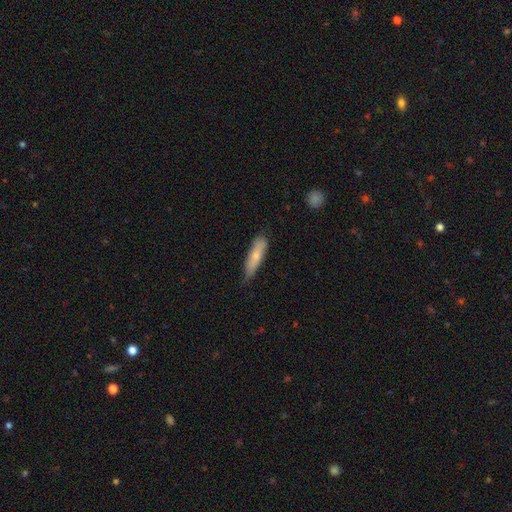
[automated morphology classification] A smooth galaxy with no disk features (70%) that is cigar-shaped (65%). Merging: none (68%).